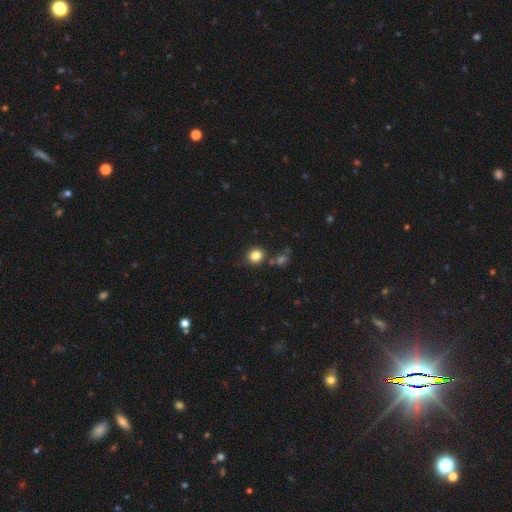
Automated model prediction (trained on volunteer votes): Overall: smooth (82%). How rounded: round (84%). Merging: none (75%).